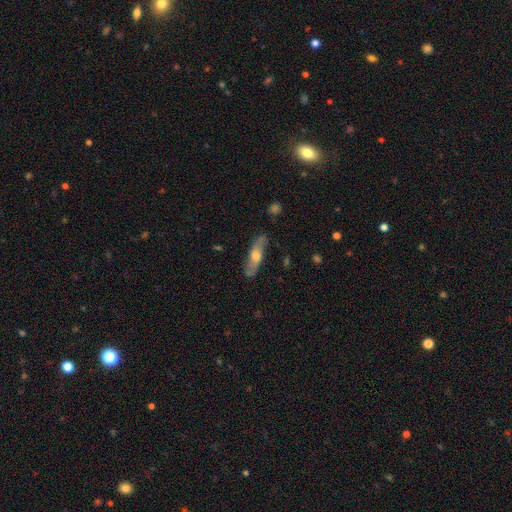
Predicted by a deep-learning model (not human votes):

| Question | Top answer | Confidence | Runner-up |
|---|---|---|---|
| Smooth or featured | featured or disk | 54% | smooth (40%) |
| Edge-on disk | yes | 51% | no (49%) |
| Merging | none | 82% | minor disturbance (13%) |